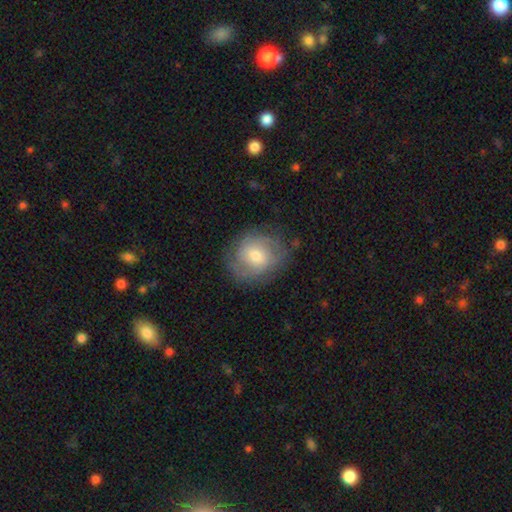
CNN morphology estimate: smooth_or_featured: featured or disk (p=0.47) [alt: smooth p=0.45]
merging: none (p=0.72) [alt: minor disturbance p=0.19]